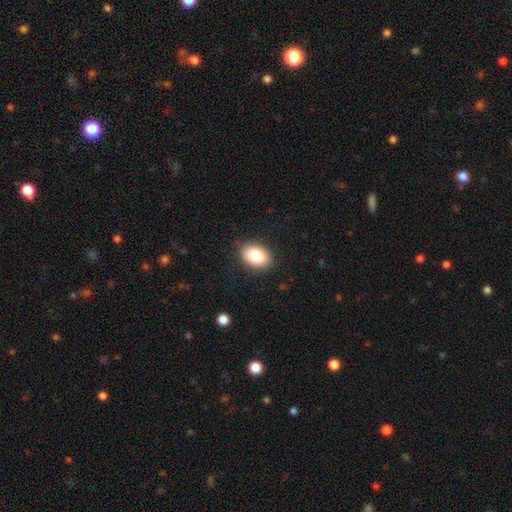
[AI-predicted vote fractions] A smooth galaxy with no disk features (85%) that is in between round and cigar-shaped (85%). Merging: none (87%).